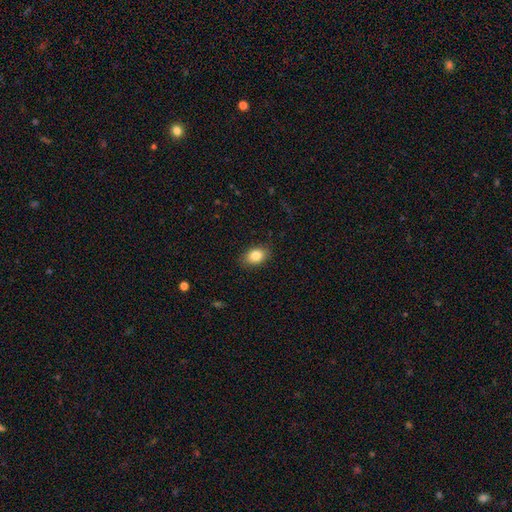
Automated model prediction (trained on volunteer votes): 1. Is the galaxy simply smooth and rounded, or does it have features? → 85% smooth, 8% star or artifact, 7% featured or disk.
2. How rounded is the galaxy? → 80% in between, 19% round, 1% cigar-shaped.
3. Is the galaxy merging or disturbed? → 85% none, 11% minor disturbance, 3% major disturbance, 1% merger.